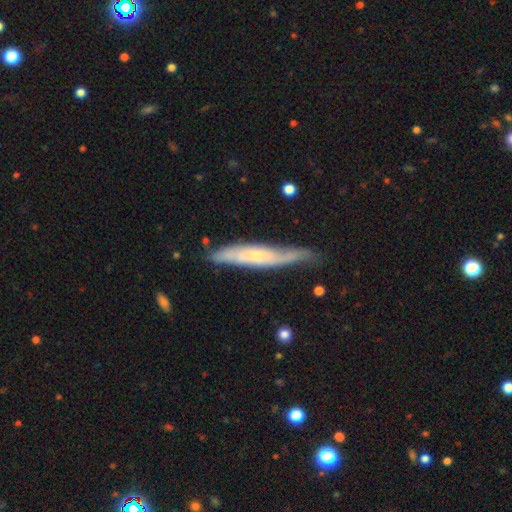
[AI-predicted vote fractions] Overall: featured or disk (60%; smooth 34%). Edge-on disk: yes (61%; no 39%). Merging: none (65%; minor disturbance 26%).